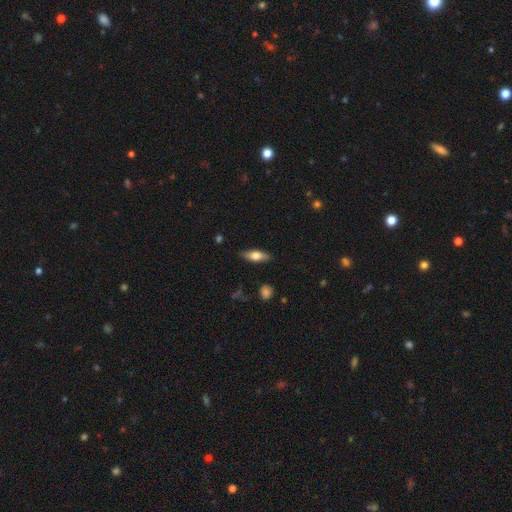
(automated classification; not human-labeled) A smooth galaxy with no disk features (64%) that is in between round and cigar-shaped (61%).

Vote fractions:
- Smooth or featured? smooth: 64% / featured or disk: 29% / star or artifact: 7%
- How rounded? in between: 61% / cigar-shaped: 36% / round: 3%
- Merging? none: 85% / minor disturbance: 11% / major disturbance: 2% / merger: 1%